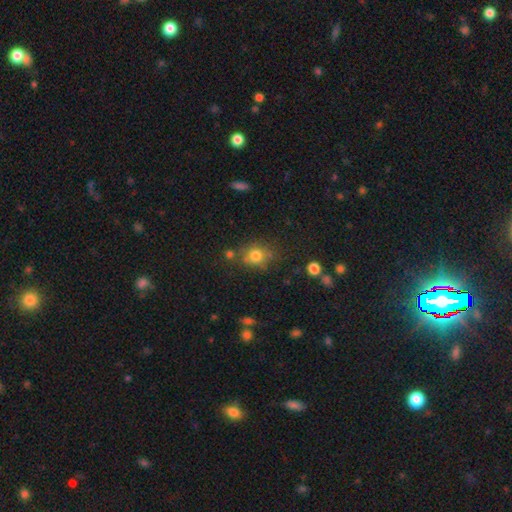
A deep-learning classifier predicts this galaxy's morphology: The model was most divided on "how rounded": round: 74%, in between: 25%, cigar-shaped: 1%. More confident: smooth or featured — smooth (77%); merging — none (69%).